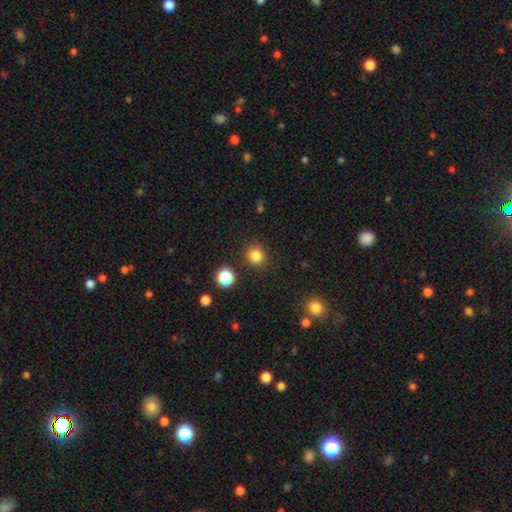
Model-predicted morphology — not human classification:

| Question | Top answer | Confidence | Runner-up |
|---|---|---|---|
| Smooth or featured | smooth | 83% | star or artifact (13%) |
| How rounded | round | 88% | in between (11%) |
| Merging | none | 88% | minor disturbance (7%) |